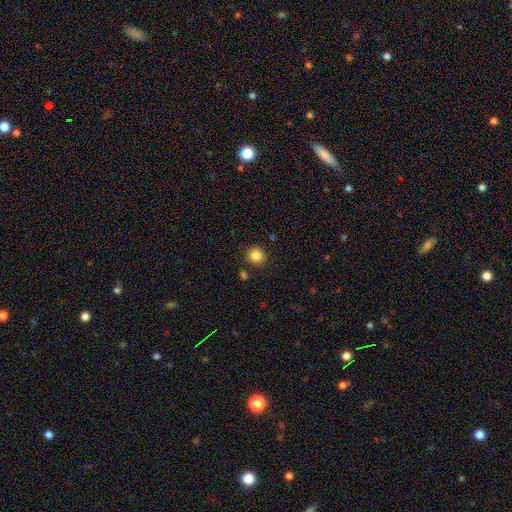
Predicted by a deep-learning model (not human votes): smooth-or-featured: smooth: 85% | star or artifact: 11% | featured or disk: 4%
  how-rounded: round: 89% | in between: 10% | cigar-shaped: 1%
  merging: none: 88% | minor disturbance: 7% | merger: 3% | major disturbance: 2%